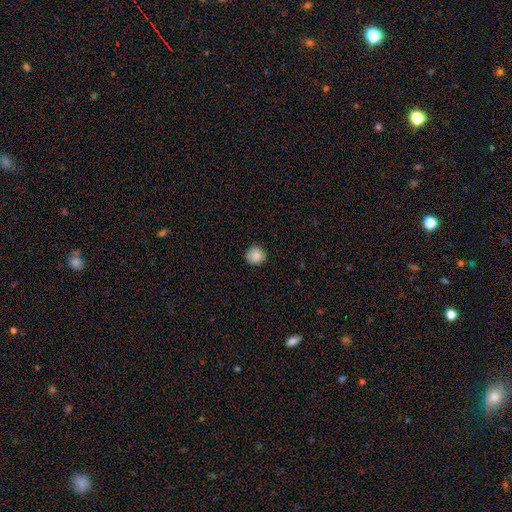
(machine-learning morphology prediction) This appears to be a smooth galaxy with no disk features (82%) that is round (89%). Merging: none (85%).